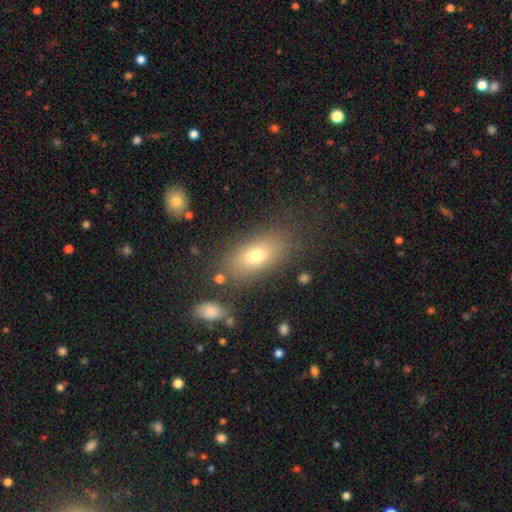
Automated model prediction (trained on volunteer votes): This is likely a smooth galaxy (72%). How rounded: clearly in between (84%). Merging: likely none (78%).